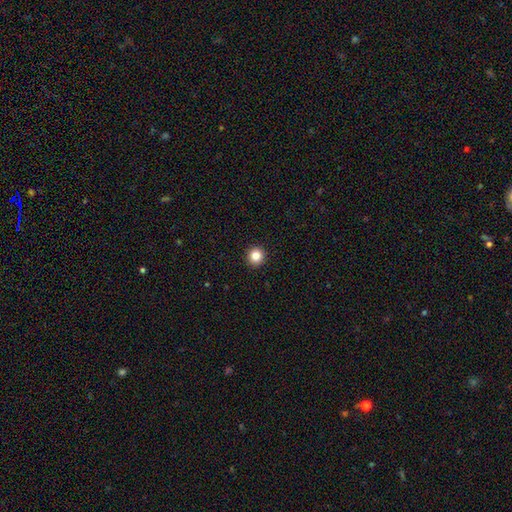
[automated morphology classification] type=smooth (84%); roundness=round (94%); merging=none (93%).